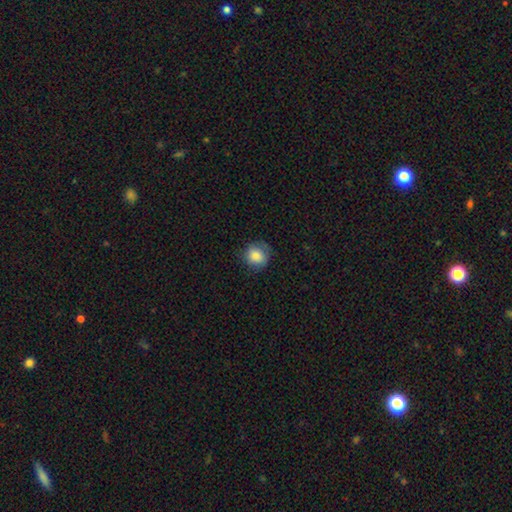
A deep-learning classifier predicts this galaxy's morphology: Smooth or featured?
  - smooth: 84% *
  - star or artifact: 9%
  - featured or disk: 7%
How rounded?
  - round: 83% *
  - in between: 16%
  - cigar-shaped: 1%
Merging?
  - none: 74% *
  - minor disturbance: 19%
  - major disturbance: 6%
  - merger: 1%